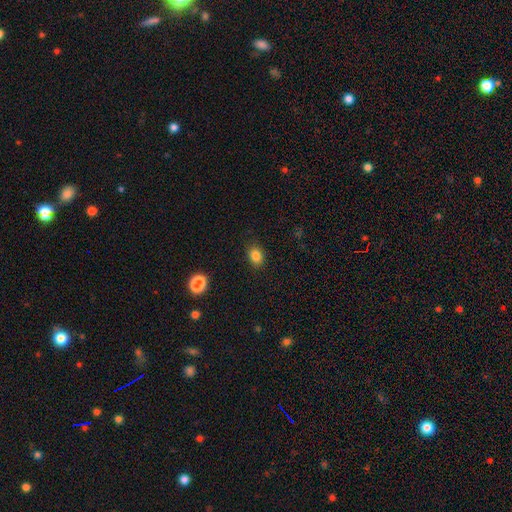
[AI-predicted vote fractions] smooth-or-featured: smooth: 84% | star or artifact: 11% | featured or disk: 5%
  how-rounded: in between: 59% | round: 40% | cigar-shaped: 1%
  merging: none: 86% | minor disturbance: 10% | major disturbance: 3% | merger: 1%